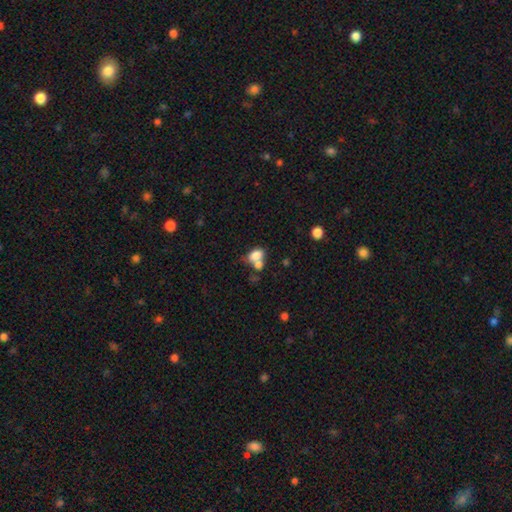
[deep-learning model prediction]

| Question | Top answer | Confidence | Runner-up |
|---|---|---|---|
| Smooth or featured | smooth | 78% | featured or disk (12%) |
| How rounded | in between | 82% | round (16%) |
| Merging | merger | 46% | none (35%) |